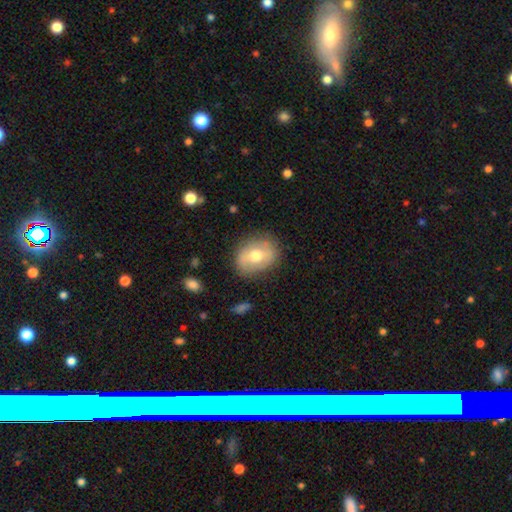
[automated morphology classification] Smooth or featured? smooth (56%)
How rounded? in between (58%)
Merging? none (79%)